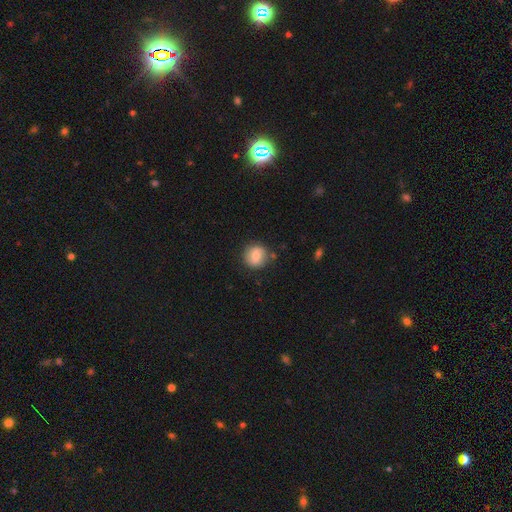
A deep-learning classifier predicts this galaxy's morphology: This is likely a smooth galaxy (77%). How rounded: clearly round (90%). Merging: clearly none (81%).